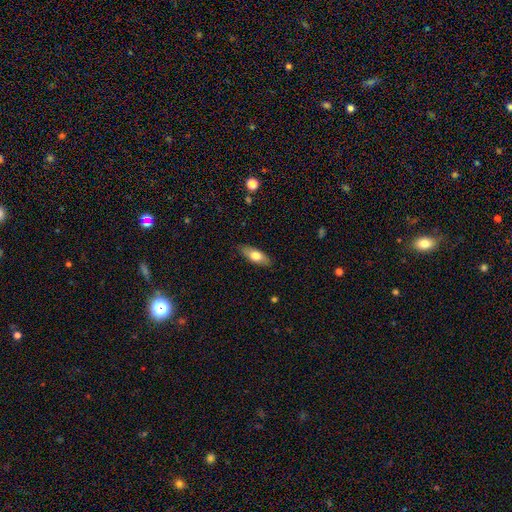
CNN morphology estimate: This is likely a smooth galaxy (68%). How rounded: likely in between (73%). Merging: clearly none (87%).